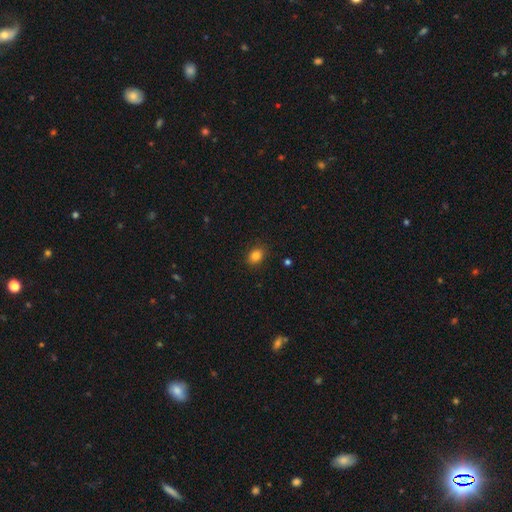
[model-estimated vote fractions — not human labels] Q: Smooth or featured?
A: smooth (84%); runner-up: star or artifact (11%)
Q: How rounded?
A: in between (61%); runner-up: round (38%)
Q: Merging?
A: none (88%); runner-up: minor disturbance (9%)